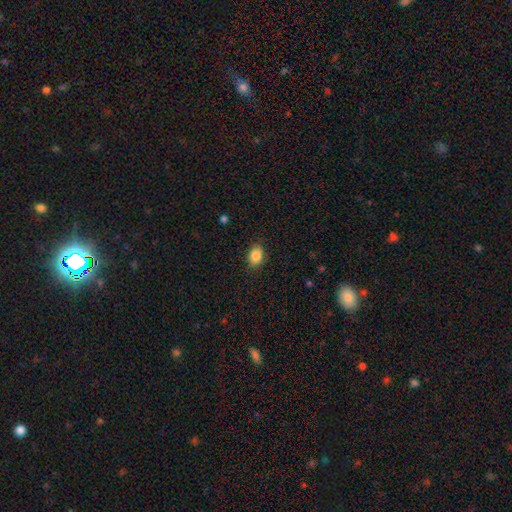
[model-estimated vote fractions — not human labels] A smooth galaxy with no disk features (86%) that is in between round and cigar-shaped (74%). Merging: none (85%).